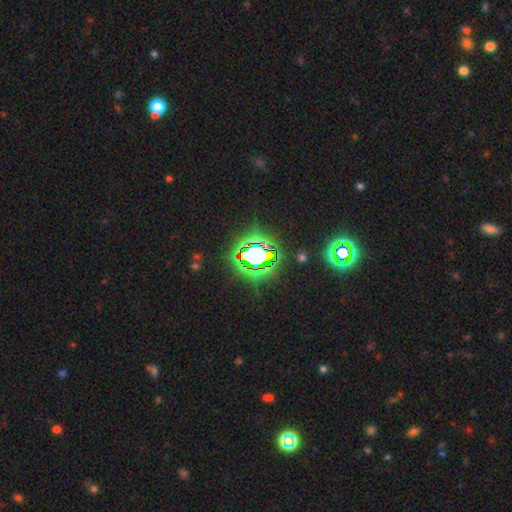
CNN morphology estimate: Q: Smooth or featured?
A: star or artifact (74%); runner-up: smooth (15%)